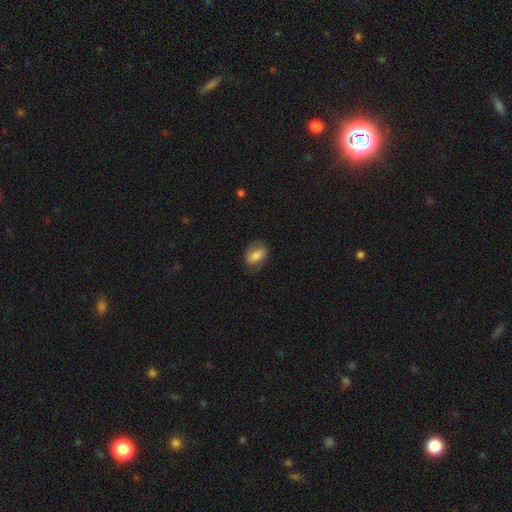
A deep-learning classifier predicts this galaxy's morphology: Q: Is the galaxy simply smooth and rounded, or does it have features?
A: smooth — 71%.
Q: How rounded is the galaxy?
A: in between — 81%.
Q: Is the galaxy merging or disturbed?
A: none — 75%.